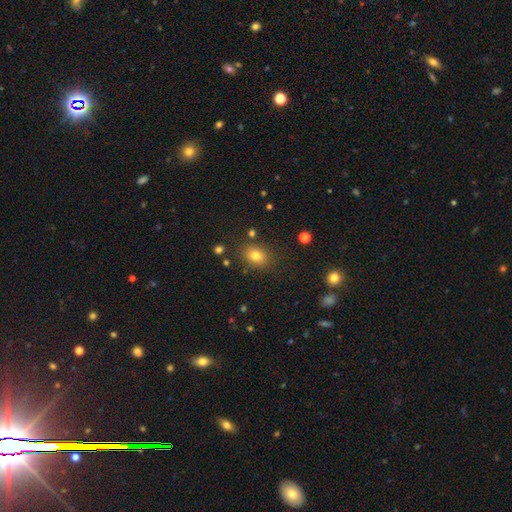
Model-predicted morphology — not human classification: This is likely a smooth galaxy (79%). How rounded: likely in between (61%). Merging: clearly none (80%).